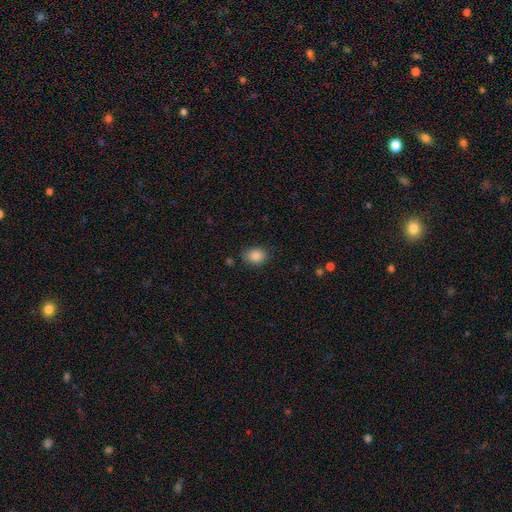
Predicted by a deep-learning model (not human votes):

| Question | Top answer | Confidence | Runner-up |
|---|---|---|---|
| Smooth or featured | smooth | 86% | star or artifact (9%) |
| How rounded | in between | 51% | round (48%) |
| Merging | none | 81% | minor disturbance (14%) |